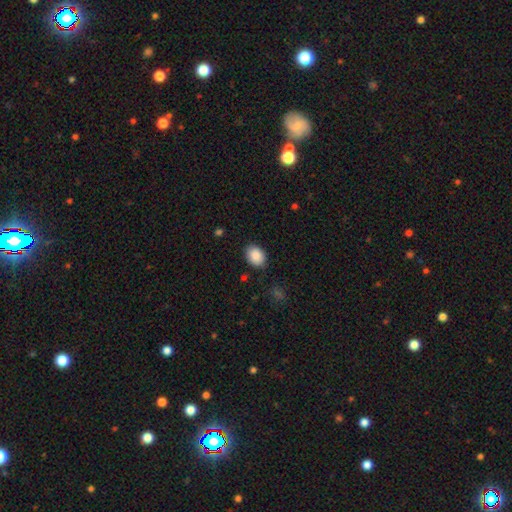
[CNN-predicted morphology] Smooth or featured?
  - smooth: 89% *
  - star or artifact: 7%
  - featured or disk: 4%
How rounded?
  - in between: 71% *
  - round: 28%
  - cigar-shaped: 1%
Merging?
  - none: 85% *
  - minor disturbance: 11%
  - major disturbance: 3%
  - merger: 1%